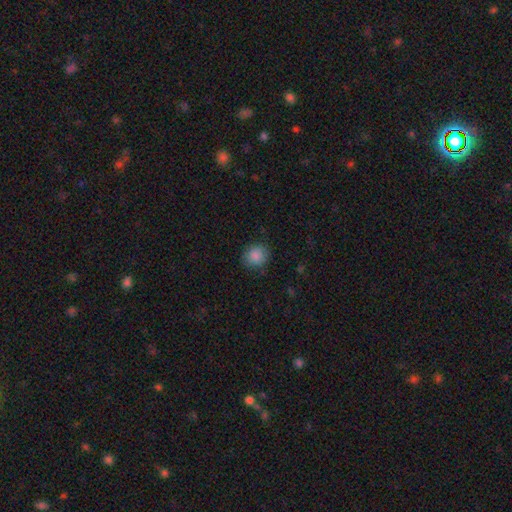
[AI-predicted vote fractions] A smooth galaxy with no disk features (87%) that is round (77%).

Vote fractions:
- Smooth or featured? smooth: 87% / star or artifact: 9% / featured or disk: 4%
- How rounded? round: 77% / in between: 23% / cigar-shaped: 1%
- Merging? none: 84% / minor disturbance: 12% / major disturbance: 3% / merger: 1%